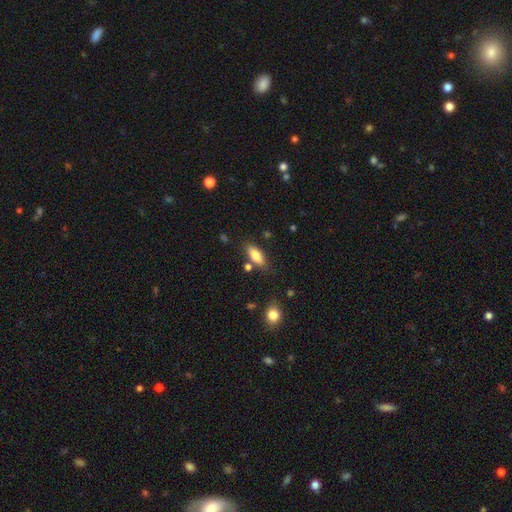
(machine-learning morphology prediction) Smooth or featured? Predicted: smooth (p=0.82). How rounded? Predicted: in between (p=0.80). Merging? Predicted: none (p=0.76).